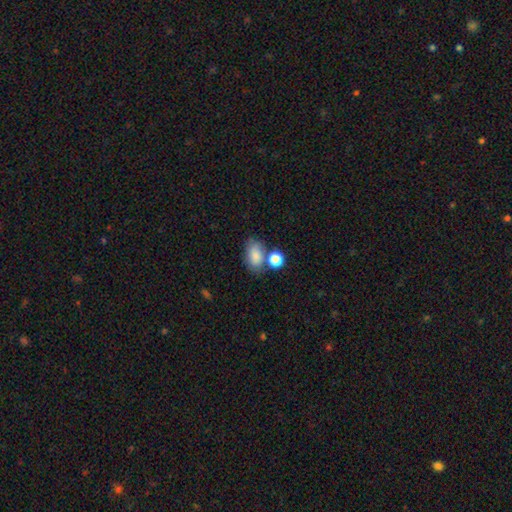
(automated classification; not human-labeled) smooth_or_featured: smooth (p=0.81) [alt: featured or disk p=0.10]
how_rounded: in between (p=0.85) [alt: round p=0.14]
merging: none (p=0.55) [alt: merger p=0.22]